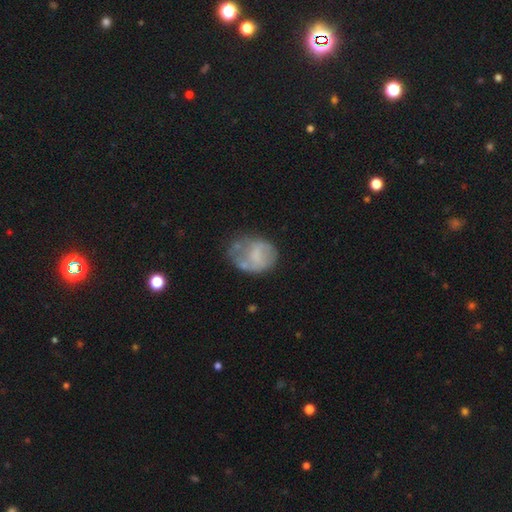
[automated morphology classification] smooth 53%, featured or disk 38%, star or artifact 9%. Down the decision tree: how rounded — in between (51%); merging — none (41%).